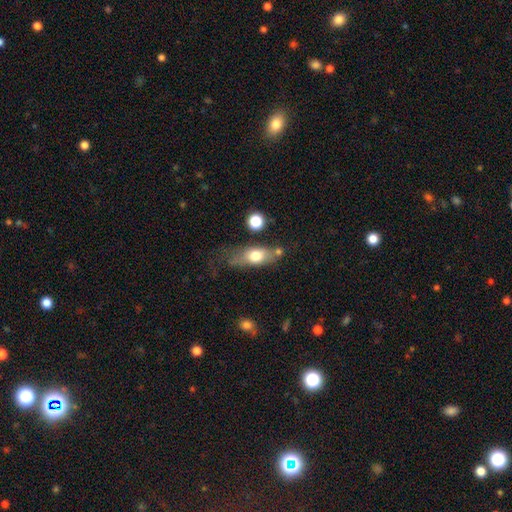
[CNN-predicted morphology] type=smooth (65%); roundness=in between (68%); merging=none (50%).